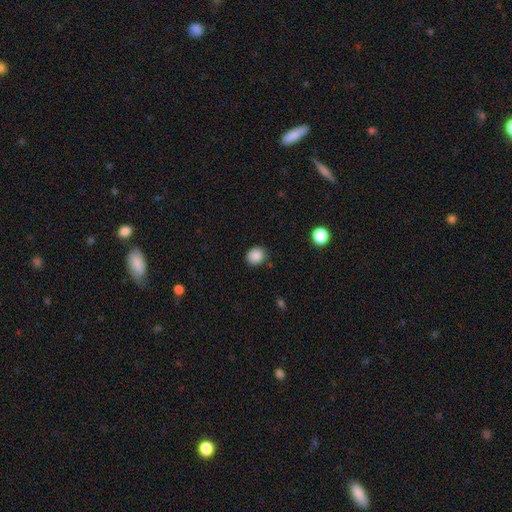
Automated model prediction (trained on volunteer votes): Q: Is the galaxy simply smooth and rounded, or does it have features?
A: smooth — 87%.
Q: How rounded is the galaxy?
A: round — 76%.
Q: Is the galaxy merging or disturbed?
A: none — 86%.